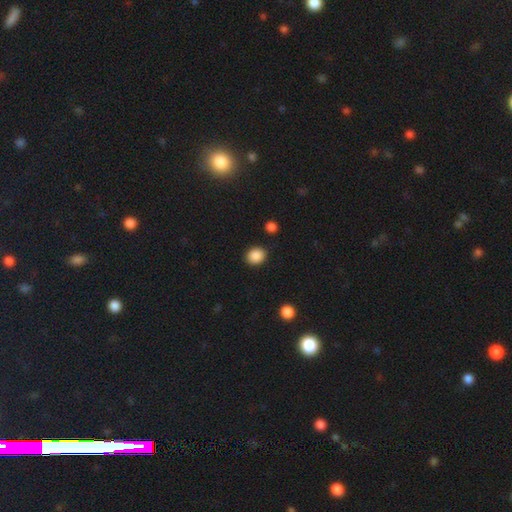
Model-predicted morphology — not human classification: smooth 88%, star or artifact 9%, featured or disk 3%. Down the decision tree: how rounded — round (62%); merging — none (88%).